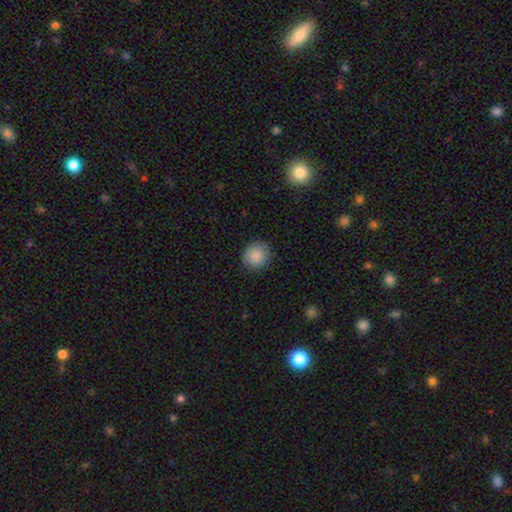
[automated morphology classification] Q: Smooth or featured?
A: smooth (89%); runner-up: star or artifact (8%)
Q: How rounded?
A: round (89%); runner-up: in between (10%)
Q: Merging?
A: none (88%); runner-up: minor disturbance (9%)